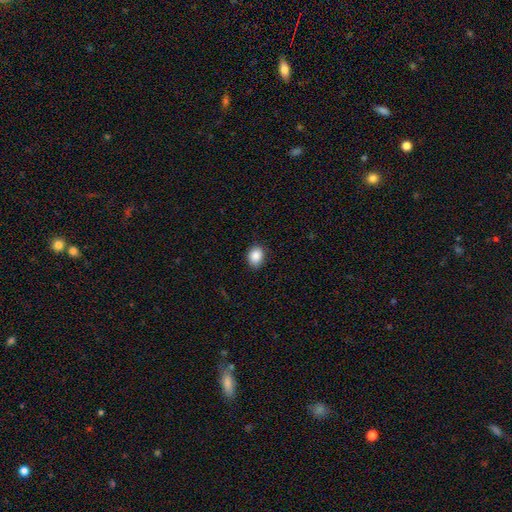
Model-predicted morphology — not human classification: Smooth or featured? Predicted: smooth (p=0.88). How rounded? Predicted: in between (p=0.59). Merging? Predicted: none (p=0.85).